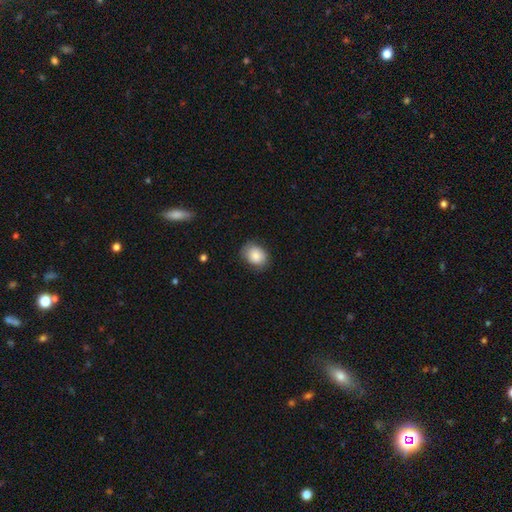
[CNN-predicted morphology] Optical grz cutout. It shows a smooth galaxy with no disk features (84%) that is in between round and cigar-shaped (54%). Merging: none (74%).